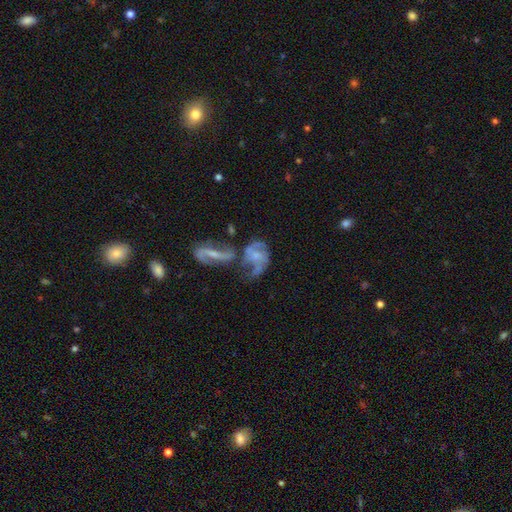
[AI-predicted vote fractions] A featured or disk galaxy (71%) with no bar (60%), 2 (61%) loose (45%) spiral arms (75%) and a small central bulge (35%).

Vote fractions:
- Smooth or featured? featured or disk: 71% / smooth: 21% / star or artifact: 8%
- Edge-on disk? no: 96% / yes: 4%
- Bar? no: 60% / weak: 31% / strong: 9%
- Spiral arms? yes: 75% / no: 25%
- Spiral winding? loose: 45% / medium: 39% / tight: 15%
- Spiral arm count? 2: 61% / can't tell: 18% / 1: 9% / 3: 8% / 4: 2% / more than 4: 2%
- Bulge size? small: 35% / moderate: 32% / none: 27% / large: 5% / dominant: 2%
- Merging? merger: 41% / none: 23% / major disturbance: 22% / minor disturbance: 14%